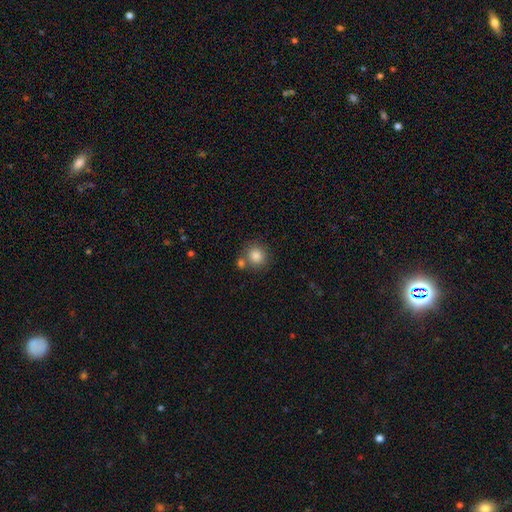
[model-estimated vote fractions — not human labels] Q: Smooth or featured?
A: smooth (85%); runner-up: star or artifact (9%)
Q: How rounded?
A: round (87%); runner-up: in between (12%)
Q: Merging?
A: none (67%); runner-up: merger (20%)